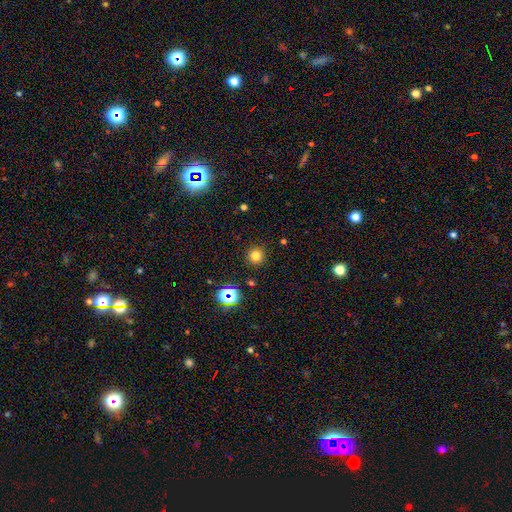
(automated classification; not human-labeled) Smooth or featured?
  - smooth: 76% *
  - star or artifact: 18%
  - featured or disk: 6%
How rounded?
  - round: 95% *
  - in between: 4%
  - cigar-shaped: 1%
Merging?
  - none: 90% *
  - minor disturbance: 6%
  - major disturbance: 2%
  - merger: 2%